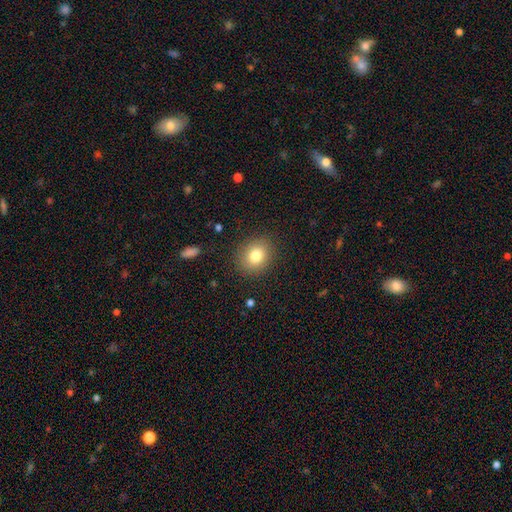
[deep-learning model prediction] Morphology: type=smooth (80%); roundness=round (65%); merging=none (87%).